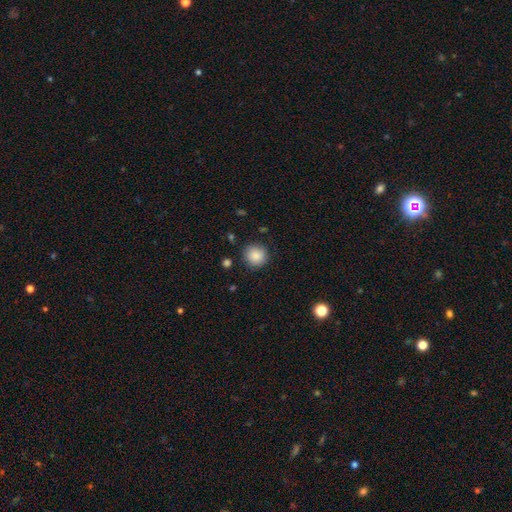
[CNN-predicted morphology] A smooth galaxy with no disk features (87%) that is round (92%). Merging: none (86%).